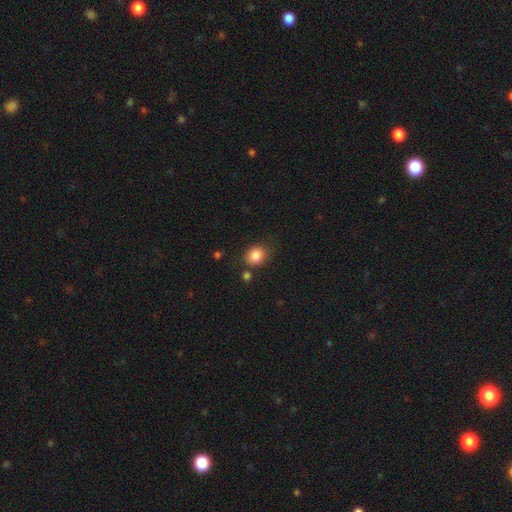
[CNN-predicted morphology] Smooth or featured? Predicted: smooth (p=0.85). How rounded? Predicted: round (p=0.62). Merging? Predicted: none (p=0.74).